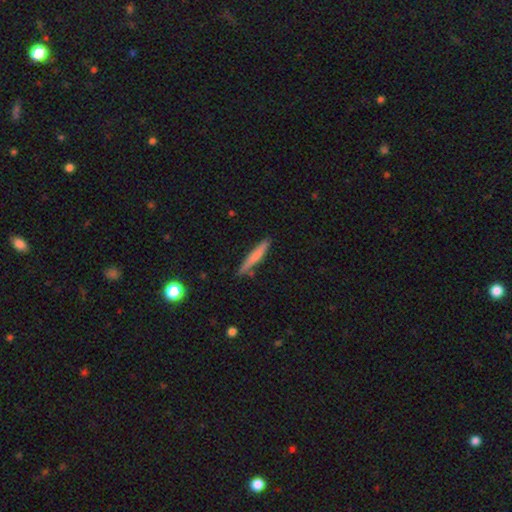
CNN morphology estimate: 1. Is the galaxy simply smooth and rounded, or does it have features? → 68% smooth, 26% featured or disk, 6% star or artifact.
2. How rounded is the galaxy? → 94% cigar-shaped, 5% in between, 1% round.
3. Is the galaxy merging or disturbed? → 81% none, 14% minor disturbance, 3% merger, 2% major disturbance.